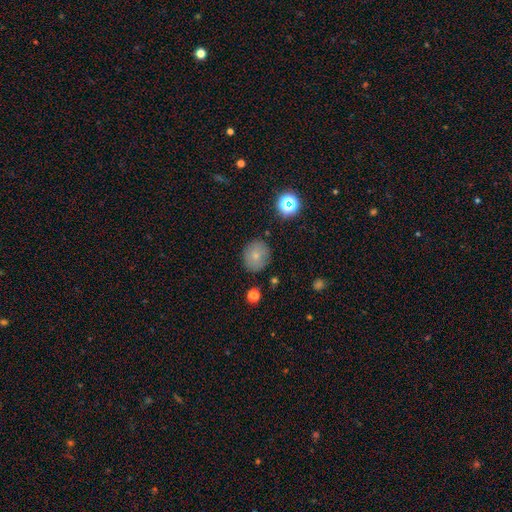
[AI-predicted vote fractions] Overall: smooth (75%). How rounded: round (77%). Merging: none (82%).